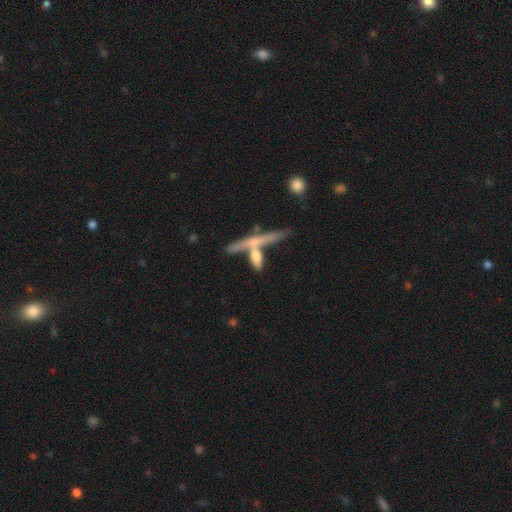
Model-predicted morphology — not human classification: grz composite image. It shows a smooth galaxy with no disk features (57%) that is cigar-shaped (72%). Merging: none (44%).